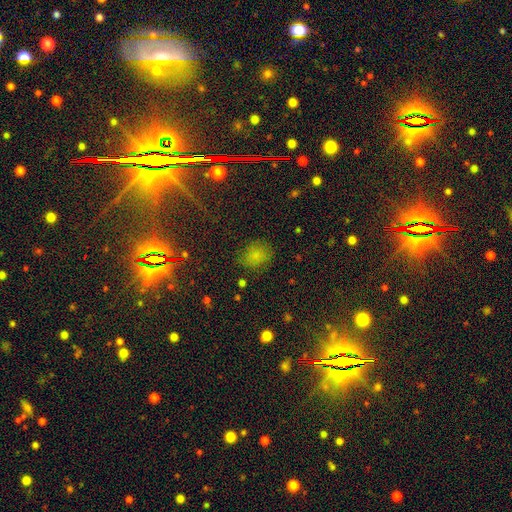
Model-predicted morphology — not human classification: smooth-or-featured: smooth: 70% | star or artifact: 22% | featured or disk: 8%
  how-rounded: round: 61% | in between: 38% | cigar-shaped: 1%
  merging: none: 76% | minor disturbance: 16% | major disturbance: 5% | merger: 2%